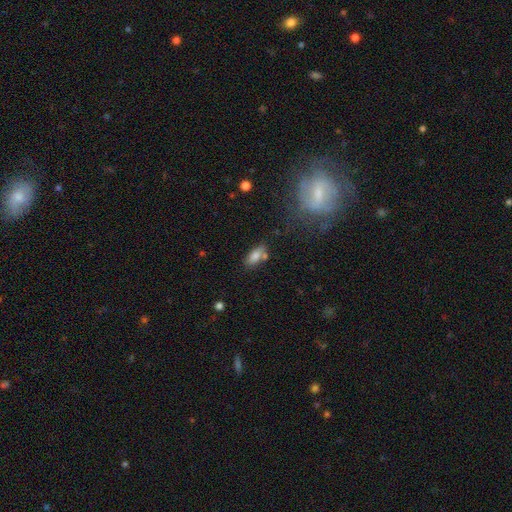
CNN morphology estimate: Overall: smooth (80%). How rounded: in between (84%). Merging: none (66%).